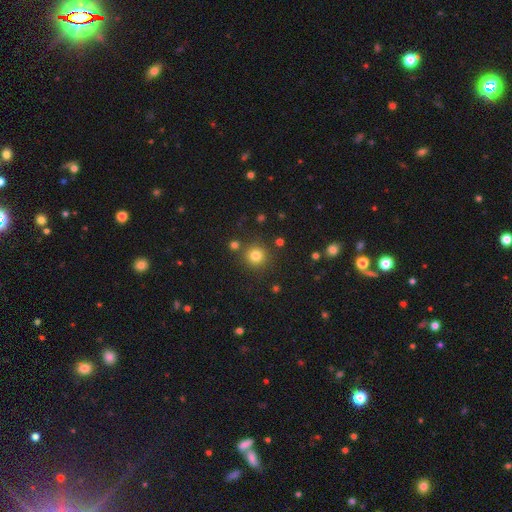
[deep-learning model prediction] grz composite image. It shows a smooth galaxy with no disk features (80%) that is round (94%). Merging: none (85%).